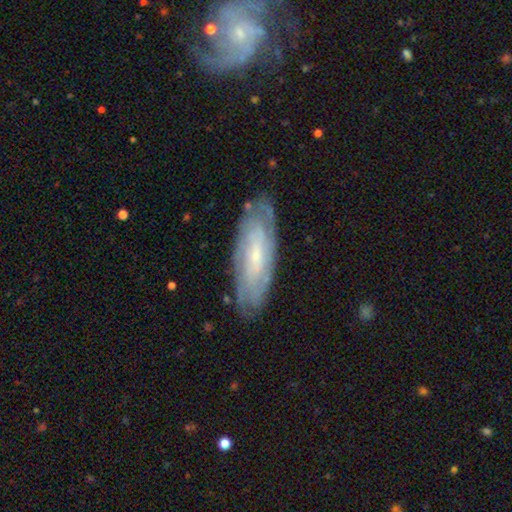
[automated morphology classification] A featured or disk galaxy (71%) with no bar (53%), tight (72%) spiral arms (87%) and a small central bulge (71%).

Vote fractions:
- Smooth or featured? featured or disk: 71% / smooth: 23% / star or artifact: 7%
- Edge-on disk? no: 83% / yes: 17%
- Bar? no: 53% / weak: 36% / strong: 11%
- Spiral arms? yes: 87% / no: 13%
- Spiral winding? tight: 72% / medium: 22% / loose: 6%
- Spiral arm count? can't tell: 61% / 2: 16% / 3: 8% / 4: 8% / more than 4: 5% / 1: 3%
- Bulge size? small: 71% / moderate: 21% / none: 5% / large: 2% / dominant: 1%
- Merging? none: 80% / minor disturbance: 15% / major disturbance: 4% / merger: 1%